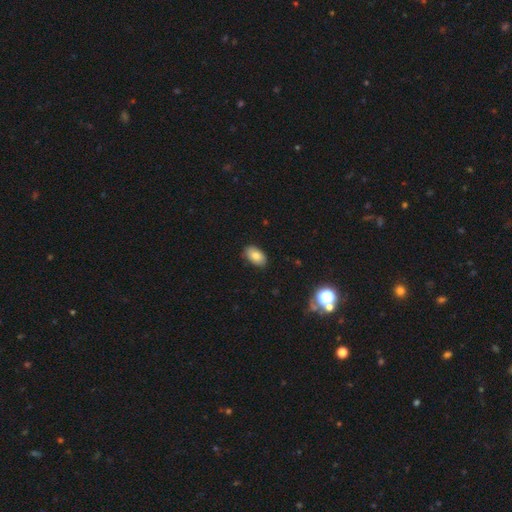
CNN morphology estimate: The model was most divided on "smooth or featured": smooth: 81%, featured or disk: 10%, star or artifact: 9%. More confident: how rounded — in between (92%); merging — none (85%).